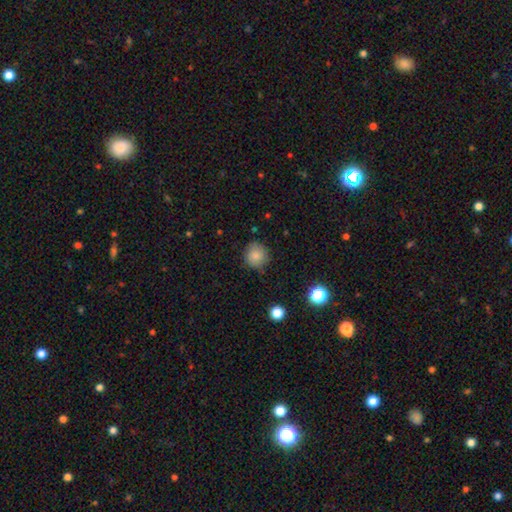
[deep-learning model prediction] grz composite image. It shows a smooth galaxy with no disk features (83%) that is round (89%). Merging: none (79%).